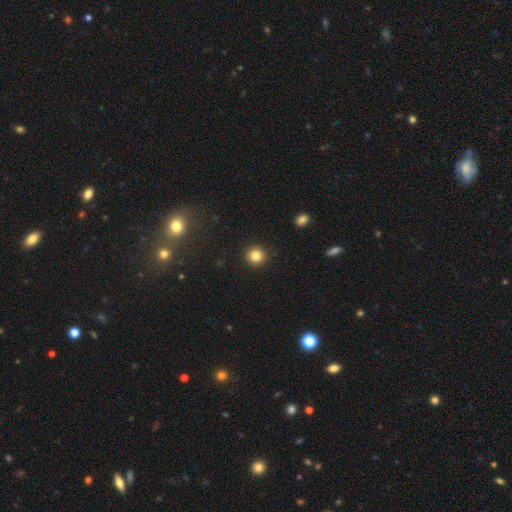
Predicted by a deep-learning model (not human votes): Smooth or featured? Predicted: smooth (p=0.83). How rounded? Predicted: round (p=0.94). Merging? Predicted: none (p=0.93).